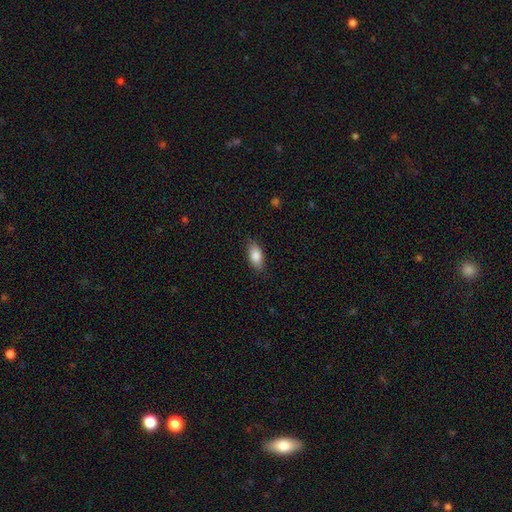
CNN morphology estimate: This is clearly a smooth galaxy (84%). How rounded: clearly in between (87%). Merging: clearly none (84%).